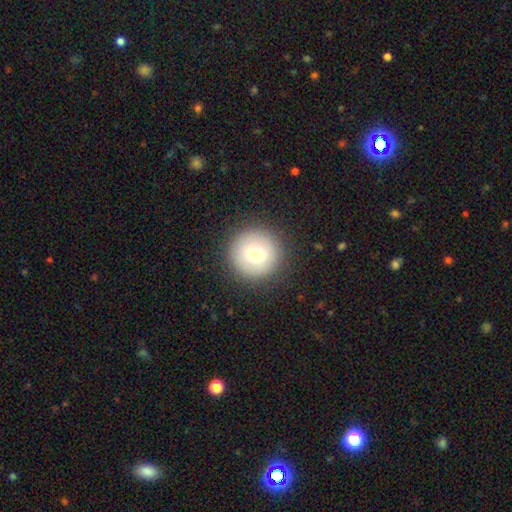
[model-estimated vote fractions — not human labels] This appears to be a smooth galaxy with no disk features (72%) that is round (96%). Merging: none (91%).